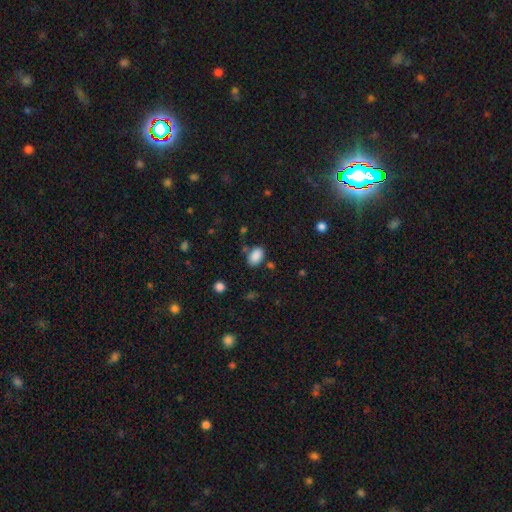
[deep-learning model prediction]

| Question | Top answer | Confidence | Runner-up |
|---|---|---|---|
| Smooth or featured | smooth | 88% | star or artifact (9%) |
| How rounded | in between | 87% | round (11%) |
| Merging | none | 78% | minor disturbance (14%) |